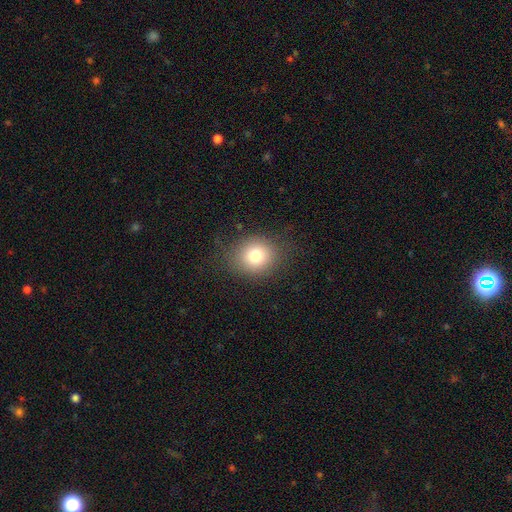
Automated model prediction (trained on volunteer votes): The model was most divided on "how rounded": round: 78%, in between: 21%, cigar-shaped: 1%. More confident: merging — none (83%); smooth or featured — smooth (77%).